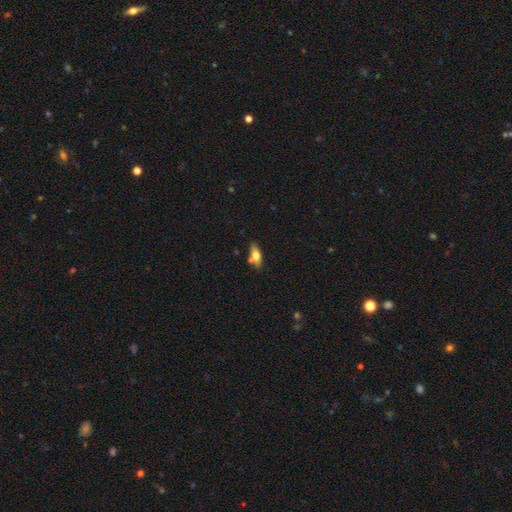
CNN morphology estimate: Smooth or featured?
  - smooth: 60% *
  - featured or disk: 33%
  - star or artifact: 7%
How rounded?
  - in between: 66% *
  - cigar-shaped: 31%
  - round: 3%
Merging?
  - none: 69% *
  - minor disturbance: 16%
  - merger: 12%
  - major disturbance: 4%